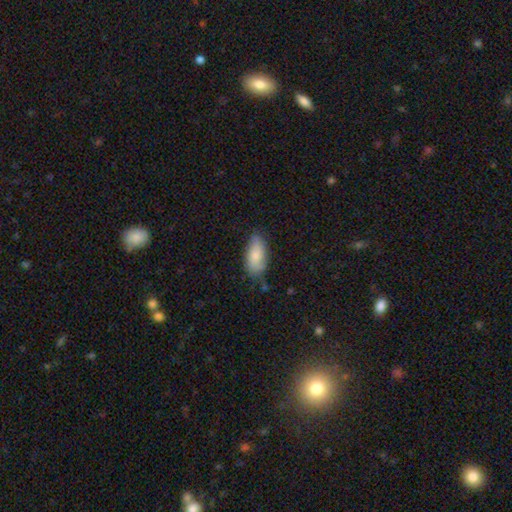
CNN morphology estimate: smooth-or-featured: smooth: 79% | featured or disk: 14% | star or artifact: 6%
  how-rounded: in between: 90% | cigar-shaped: 7% | round: 3%
  merging: none: 67% | minor disturbance: 26% | major disturbance: 4% | merger: 2%